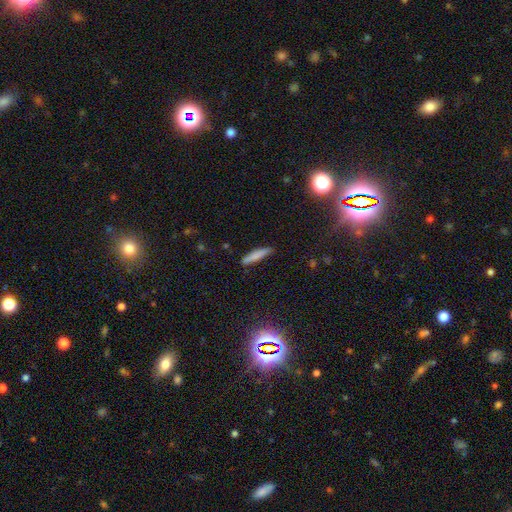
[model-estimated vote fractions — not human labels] Morphology: type=smooth (77%); roundness=cigar-shaped (88%); merging=none (84%).